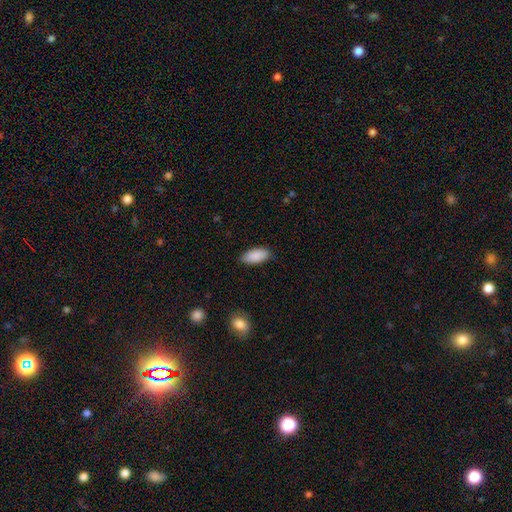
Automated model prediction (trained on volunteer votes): Smooth or featured?
  - smooth: 89% *
  - star or artifact: 6%
  - featured or disk: 5%
How rounded?
  - in between: 91% *
  - cigar-shaped: 8%
  - round: 2%
Merging?
  - none: 84% *
  - minor disturbance: 12%
  - major disturbance: 2%
  - merger: 1%